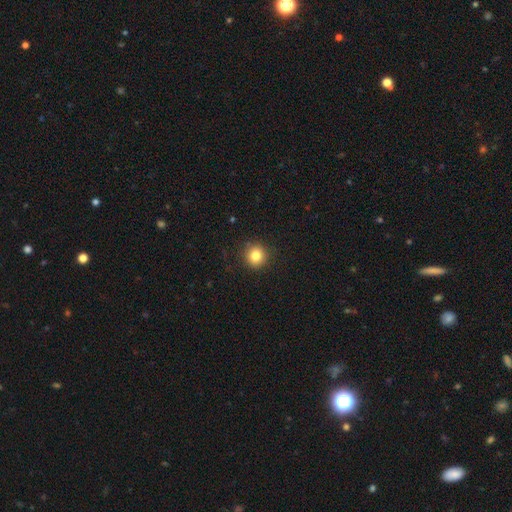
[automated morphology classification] smooth_or_featured: smooth (p=0.83) [alt: star or artifact p=0.11]
how_rounded: round (p=0.92) [alt: in between p=0.07]
merging: none (p=0.91) [alt: minor disturbance p=0.06]